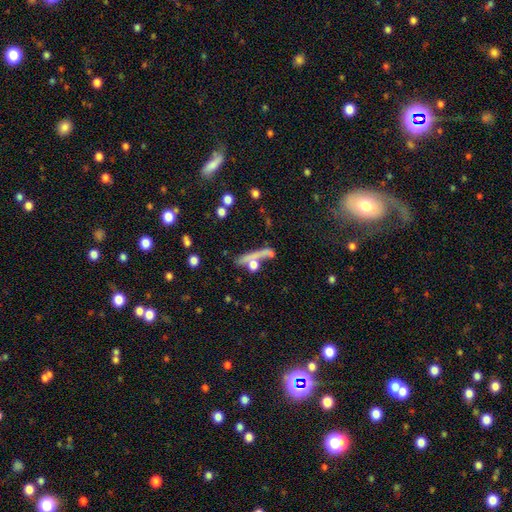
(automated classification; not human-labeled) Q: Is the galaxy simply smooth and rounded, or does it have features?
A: featured or disk — 42%.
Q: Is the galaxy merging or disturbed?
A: none — 48%.